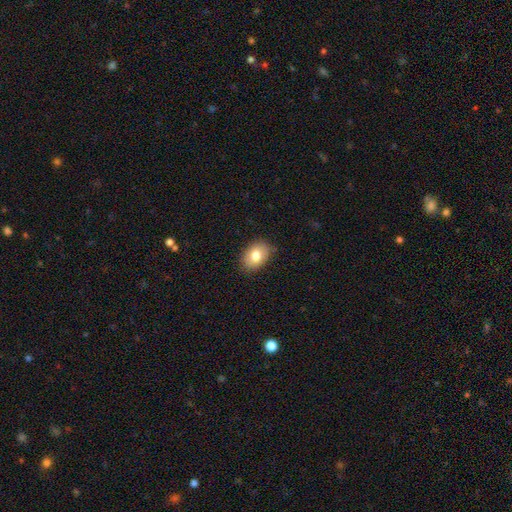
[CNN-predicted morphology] A smooth galaxy with no disk features (81%) that is in between round and cigar-shaped (82%). Merging: none (84%).